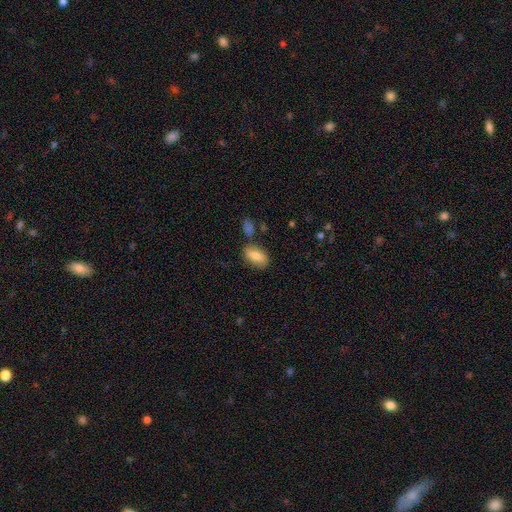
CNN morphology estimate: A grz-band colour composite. It shows a smooth galaxy with no disk features (77%) that is in between round and cigar-shaped (87%). Merging: none (76%).